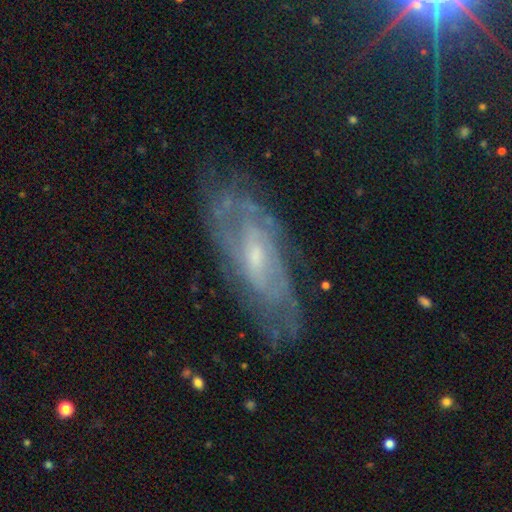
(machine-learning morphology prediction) smooth-or-featured: featured or disk: 73% | smooth: 14% | star or artifact: 13%
  disk-edge-on: no: 84% | yes: 16%
    bar: no: 45% | weak: 44% | strong: 11%
    has-spiral-arms: yes: 82% | no: 18%
      spiral-winding: tight: 56% | medium: 32% | loose: 12%
      spiral-arm-count: can't tell: 59% | 2: 23% | 3: 6% | 1: 4% | 4: 4% | more than 4: 4%
    bulge-size: small: 64% | moderate: 29% | none: 4% | large: 2% | dominant: 1%
  merging: none: 74% | minor disturbance: 18% | major disturbance: 7% | merger: 2%